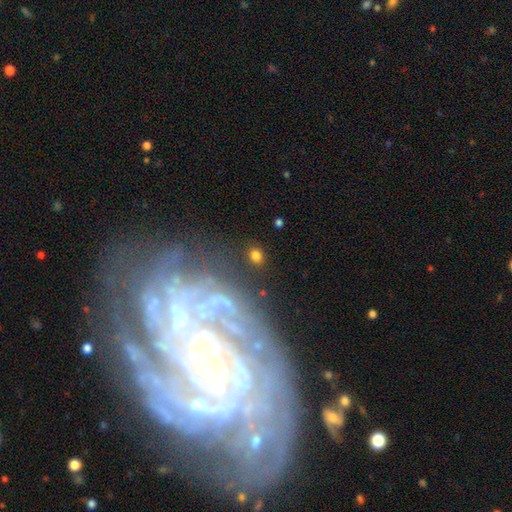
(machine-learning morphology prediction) Smooth or featured? smooth (74%)
How rounded? round (66%)
Merging? none (84%)